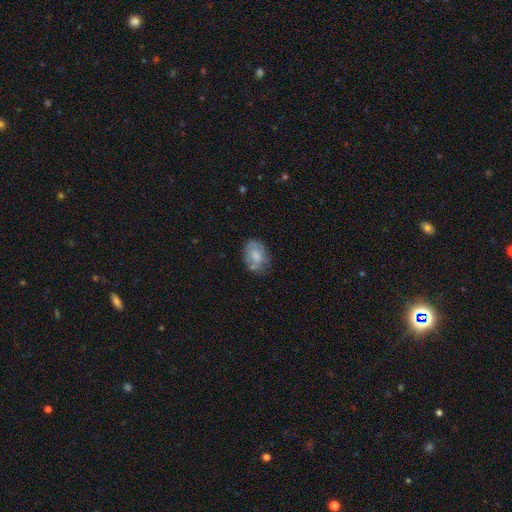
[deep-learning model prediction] Overall: smooth (68%). How rounded: in between (82%). Merging: none (60%; minor disturbance 27%).